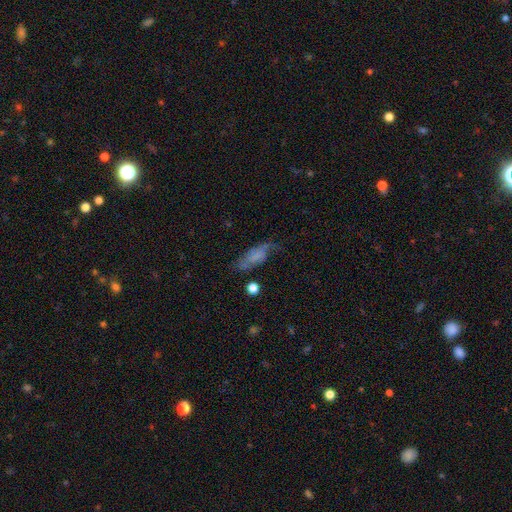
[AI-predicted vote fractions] Smooth or featured? Predicted: smooth (p=0.49). Merging? Predicted: none (p=0.47).